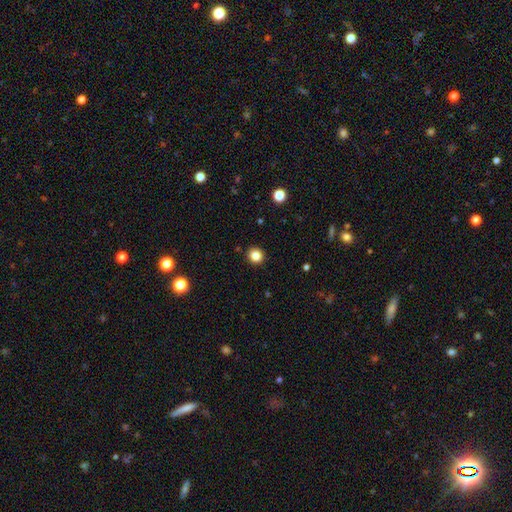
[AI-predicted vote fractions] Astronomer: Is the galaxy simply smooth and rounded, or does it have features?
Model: smooth — 85%.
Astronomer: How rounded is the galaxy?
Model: round — 90%.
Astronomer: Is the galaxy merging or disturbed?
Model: none — 93%.